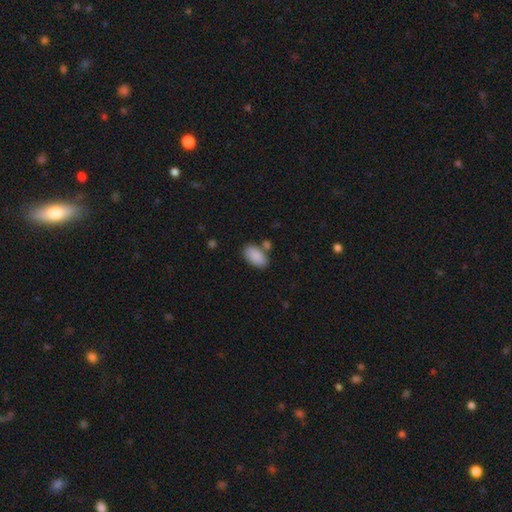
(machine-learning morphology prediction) Smooth or featured: smooth — 89% (star or artifact — 6%)
How rounded: in between — 95% (round — 4%)
Merging: none — 70% (minor disturbance — 13%)